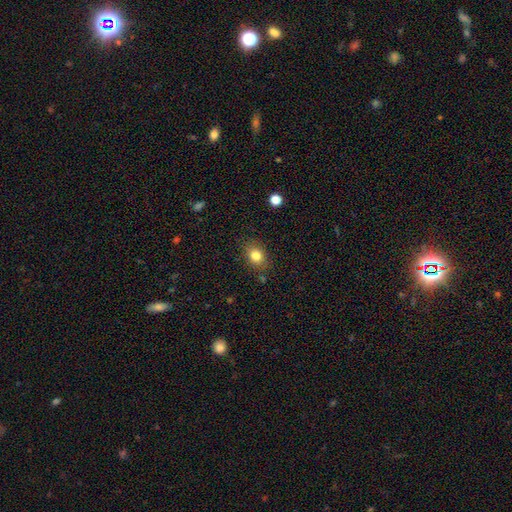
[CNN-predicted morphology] smooth_or_featured: smooth (p=0.82) [alt: star or artifact p=0.10]
how_rounded: in between (p=0.55) [alt: round p=0.44]
merging: none (p=0.82) [alt: minor disturbance p=0.13]